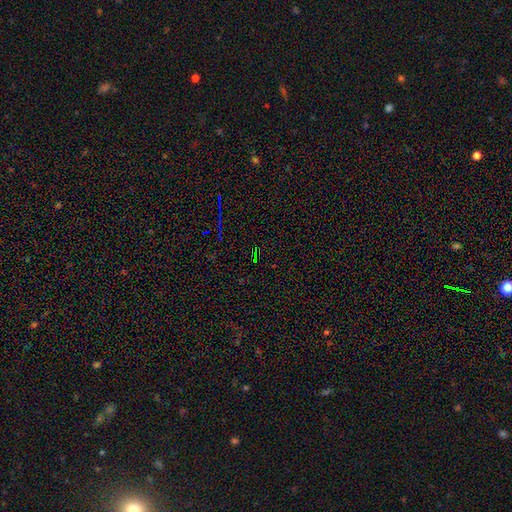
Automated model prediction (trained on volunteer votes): This appears to be a star or artifact, not a galaxy (79%).